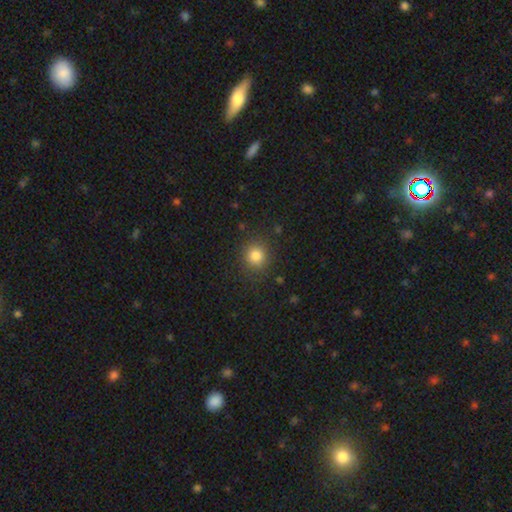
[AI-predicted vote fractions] A smooth galaxy with no disk features (83%) that is round (86%). Merging: none (86%).